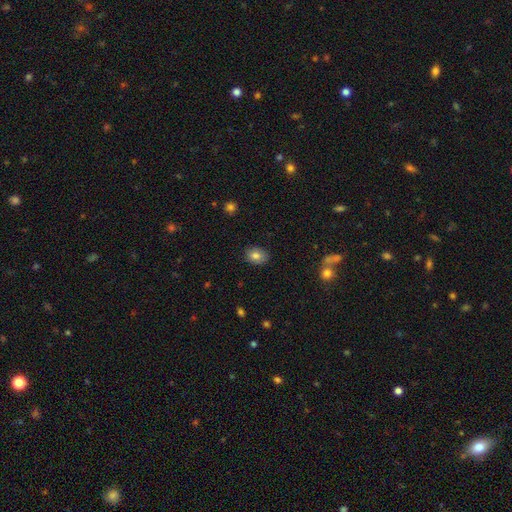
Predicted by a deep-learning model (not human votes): A smooth galaxy with no disk features (82%) that is in between round and cigar-shaped (68%). Merging: none (84%).